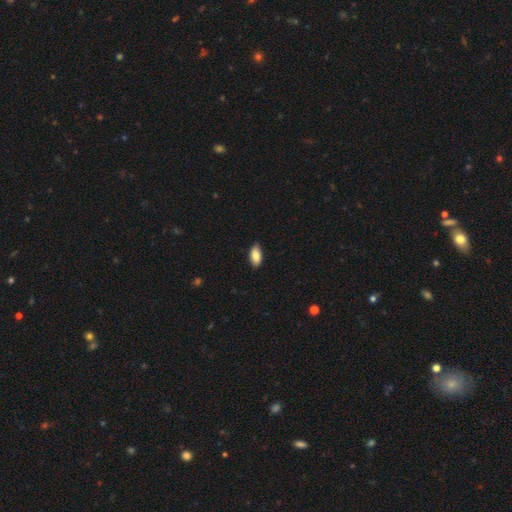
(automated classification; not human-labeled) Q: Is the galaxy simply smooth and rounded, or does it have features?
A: smooth — 85%.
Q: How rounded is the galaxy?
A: in between — 92%.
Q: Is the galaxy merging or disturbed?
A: none — 86%.